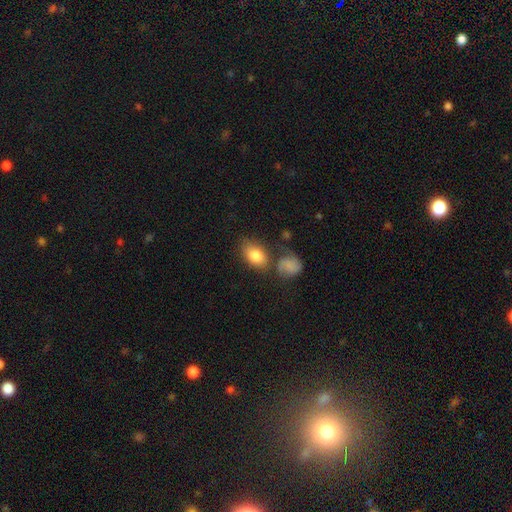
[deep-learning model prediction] A smooth galaxy with no disk features (82%) that is in between round and cigar-shaped (84%). Merging: none (59%).